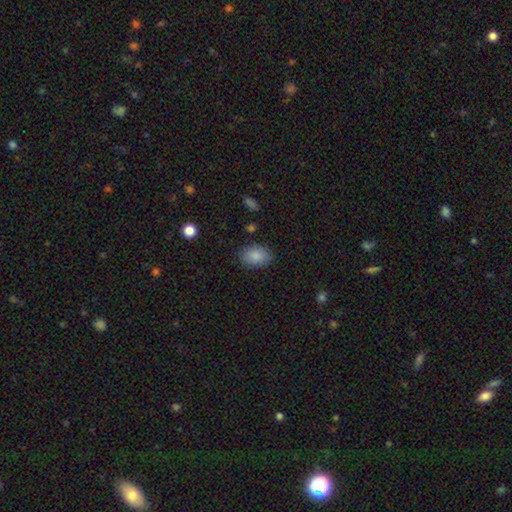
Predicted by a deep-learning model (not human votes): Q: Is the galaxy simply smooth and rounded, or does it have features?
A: smooth — 87%.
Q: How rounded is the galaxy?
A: in between — 85%.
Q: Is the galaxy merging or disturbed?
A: none — 85%.